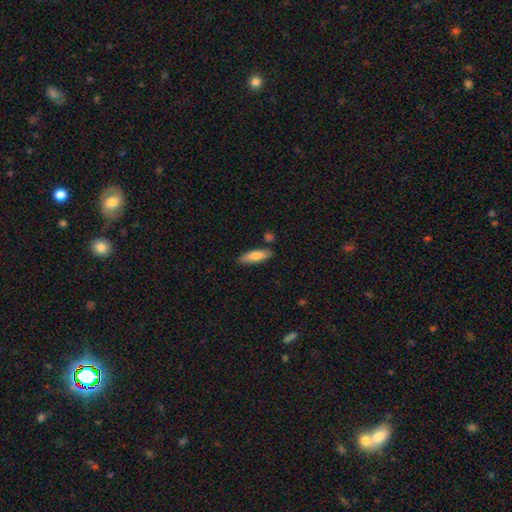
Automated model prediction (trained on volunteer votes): Morphology: type=smooth (79%); roundness=cigar-shaped (49%, tied with in between); merging=none (82%).